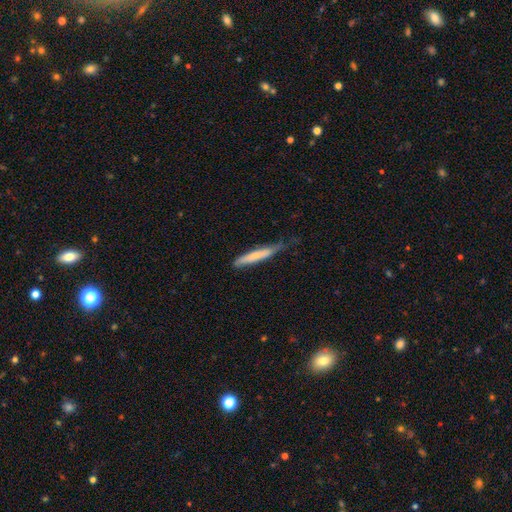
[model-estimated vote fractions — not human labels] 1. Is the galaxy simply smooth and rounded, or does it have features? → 67% smooth, 27% featured or disk, 5% star or artifact.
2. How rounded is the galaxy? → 94% cigar-shaped, 5% in between, 1% round.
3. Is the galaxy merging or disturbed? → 61% none, 32% minor disturbance, 6% major disturbance, 2% merger.